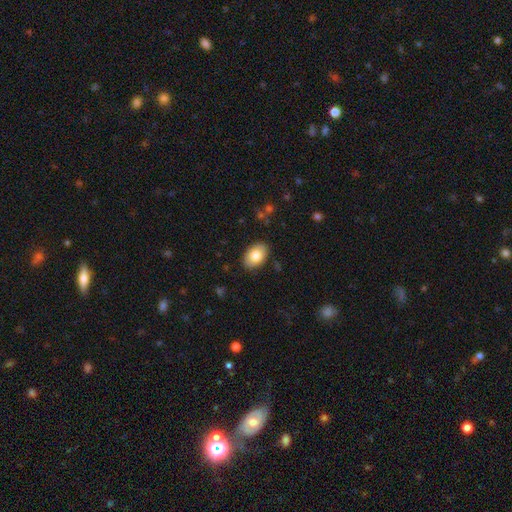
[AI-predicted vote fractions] Morphology: type=smooth (81%); roundness=in between (89%); merging=none (88%).